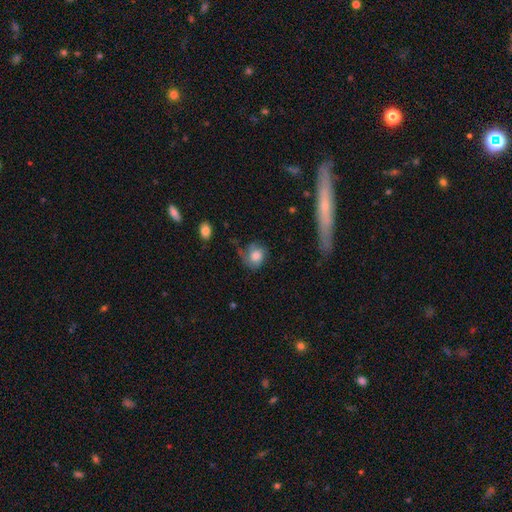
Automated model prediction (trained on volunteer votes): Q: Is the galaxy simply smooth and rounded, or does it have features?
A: smooth — 62%.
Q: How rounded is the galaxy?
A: round — 65%.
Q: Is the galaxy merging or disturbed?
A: none — 45%.